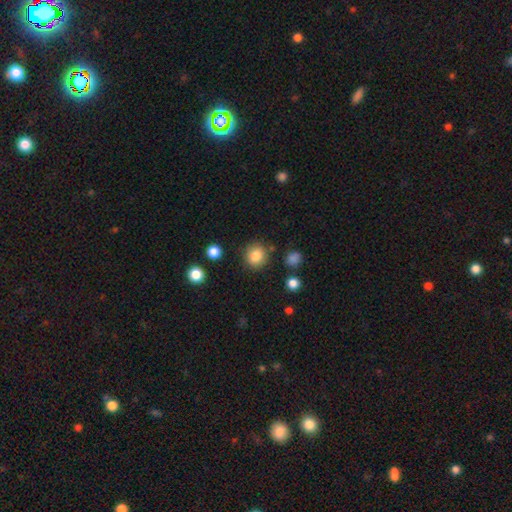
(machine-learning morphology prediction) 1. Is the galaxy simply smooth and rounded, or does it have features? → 85% smooth, 10% star or artifact, 5% featured or disk.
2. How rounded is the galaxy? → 88% round, 12% in between, 1% cigar-shaped.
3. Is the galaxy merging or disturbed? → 86% none, 8% minor disturbance, 3% merger, 3% major disturbance.